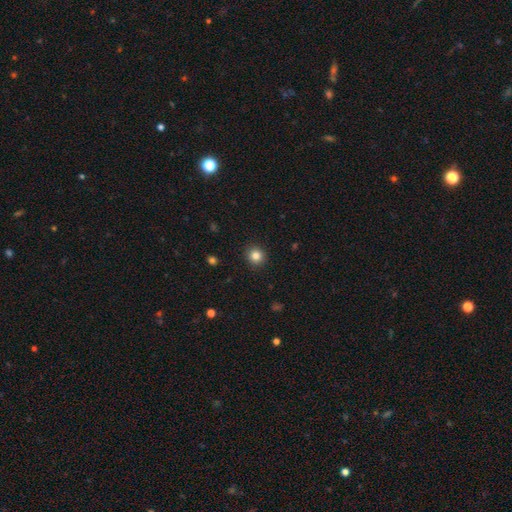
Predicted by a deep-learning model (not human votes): smooth_or_featured: smooth (p=0.83) [alt: star or artifact p=0.12]
how_rounded: round (p=0.91) [alt: in between p=0.08]
merging: none (p=0.92) [alt: minor disturbance p=0.05]